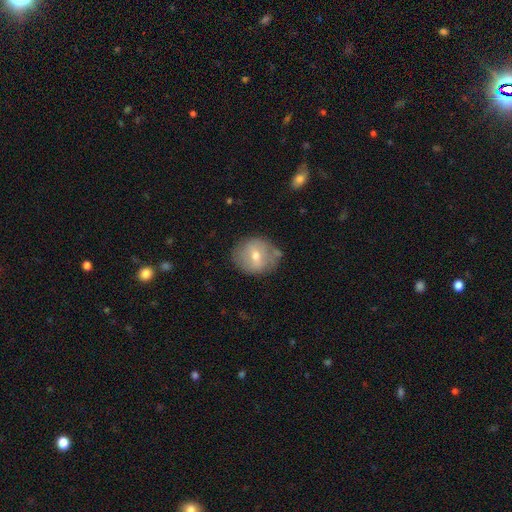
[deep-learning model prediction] Smooth or featured?
  - smooth: 52% *
  - featured or disk: 39%
  - star or artifact: 9%
How rounded?
  - round: 79% *
  - in between: 20%
  - cigar-shaped: 1%
Merging?
  - none: 75% *
  - minor disturbance: 16%
  - major disturbance: 5%
  - merger: 4%